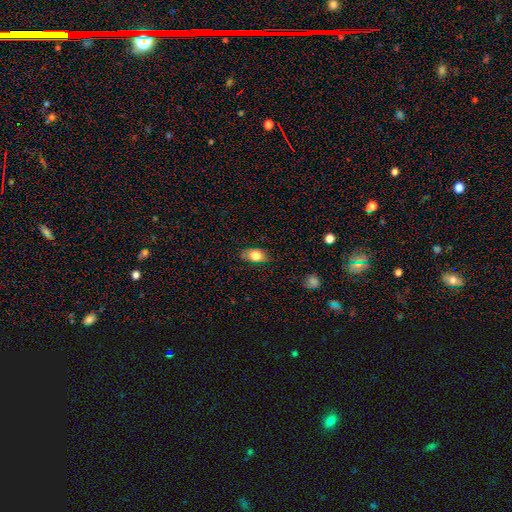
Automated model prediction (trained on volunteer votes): This appears to be a smooth galaxy with no disk features (77%) that is in between round and cigar-shaped (87%). Merging: none (76%).